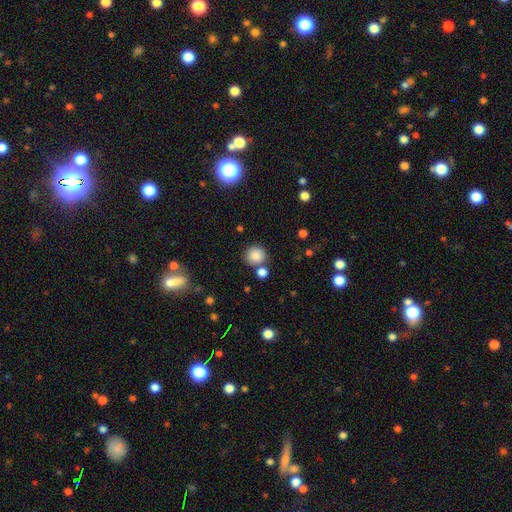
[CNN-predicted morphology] Smooth or featured? Predicted: smooth (p=0.85). How rounded? Predicted: round (p=0.91). Merging? Predicted: none (p=0.74).